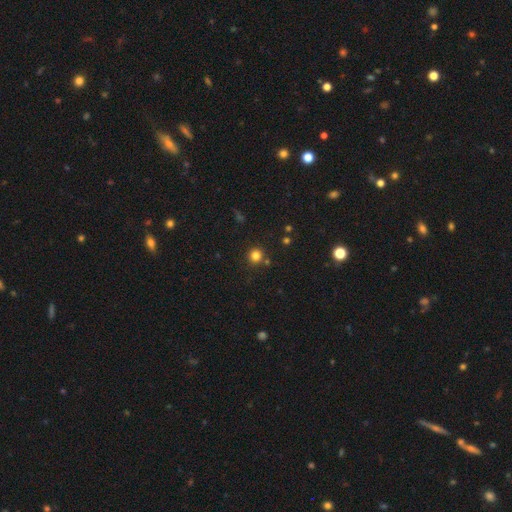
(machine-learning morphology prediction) This appears to be a smooth galaxy with no disk features (81%) that is round (93%). Merging: none (84%).